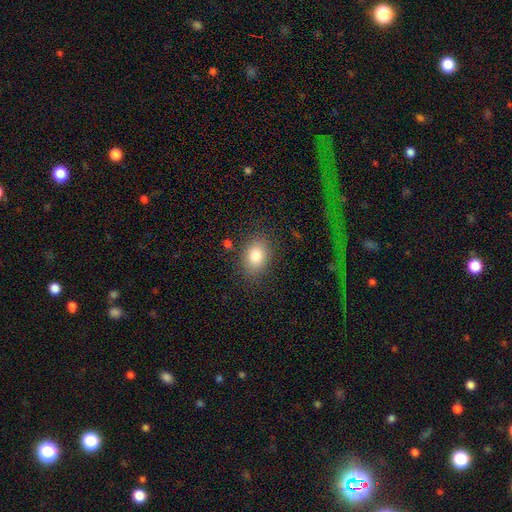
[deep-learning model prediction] Smooth or featured? smooth (81%)
How rounded? in between (70%)
Merging? none (82%)